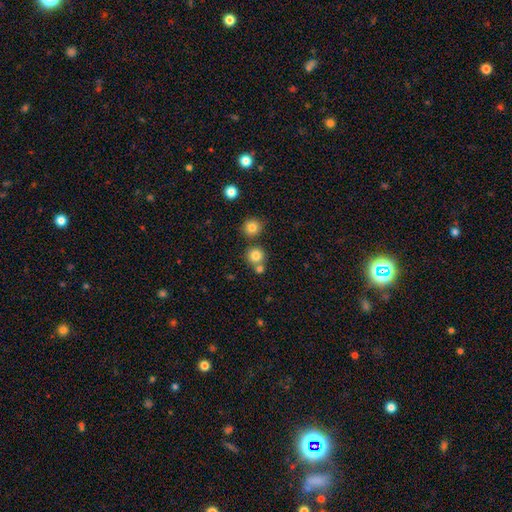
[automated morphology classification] Smooth or featured? smooth (81%)
How rounded? round (91%)
Merging? none (68%)